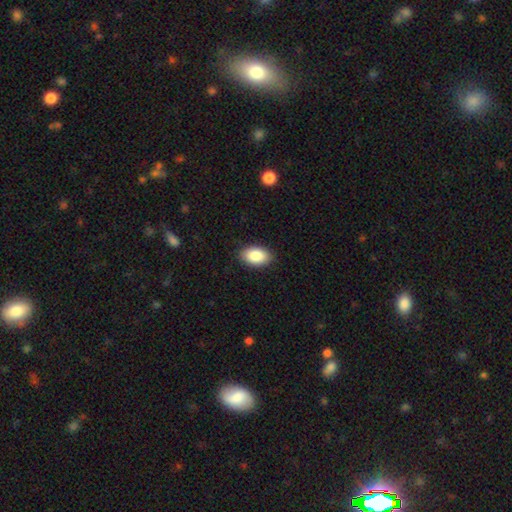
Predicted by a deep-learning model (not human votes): smooth_or_featured: smooth (p=0.88) [alt: star or artifact p=0.07]
how_rounded: in between (p=0.93) [alt: round p=0.06]
merging: none (p=0.88) [alt: minor disturbance p=0.09]